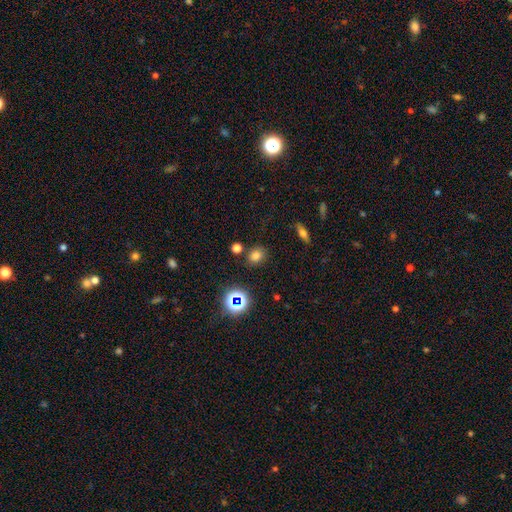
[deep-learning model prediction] smooth-or-featured: smooth: 74% | star or artifact: 19% | featured or disk: 7%
  how-rounded: round: 66% | in between: 33% | cigar-shaped: 1%
  merging: none: 82% | minor disturbance: 9% | merger: 5% | major disturbance: 3%